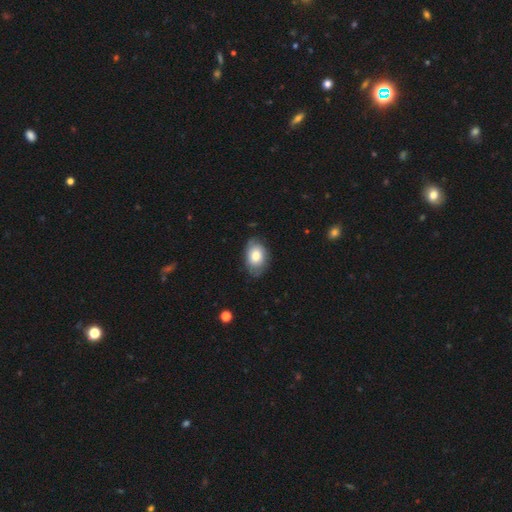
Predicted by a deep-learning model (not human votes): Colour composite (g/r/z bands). It shows a smooth galaxy with no disk features (73%) that is in between round and cigar-shaped (81%). Merging: none (71%).